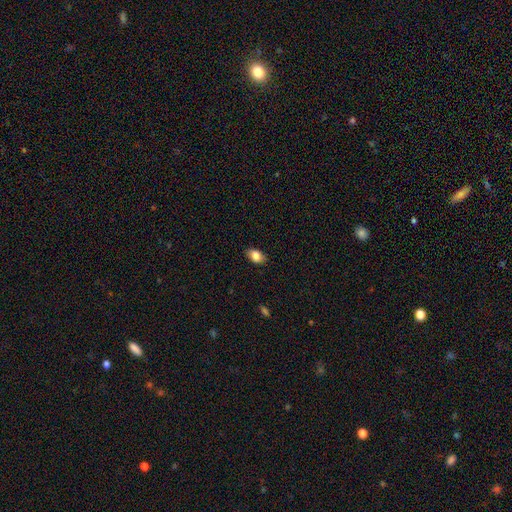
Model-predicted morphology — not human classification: Overall: smooth (84%). How rounded: in between (88%). Merging: none (86%).